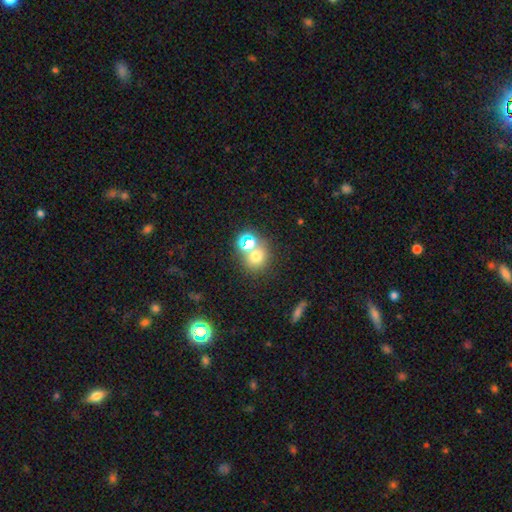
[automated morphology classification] A smooth galaxy with no disk features (67%) that is round (77%).

Vote fractions:
- Smooth or featured? smooth: 67% / star or artifact: 21% / featured or disk: 12%
- How rounded? round: 77% / in between: 22% / cigar-shaped: 1%
- Merging? none: 52% / merger: 36% / minor disturbance: 8% / major disturbance: 4%